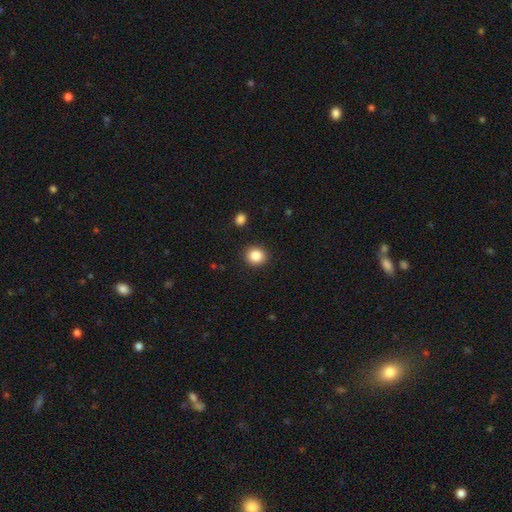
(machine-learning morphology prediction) smooth-or-featured: smooth: 86% | star or artifact: 10% | featured or disk: 4%
  how-rounded: round: 86% | in between: 14% | cigar-shaped: 1%
  merging: none: 91% | minor disturbance: 6% | major disturbance: 2% | merger: 1%